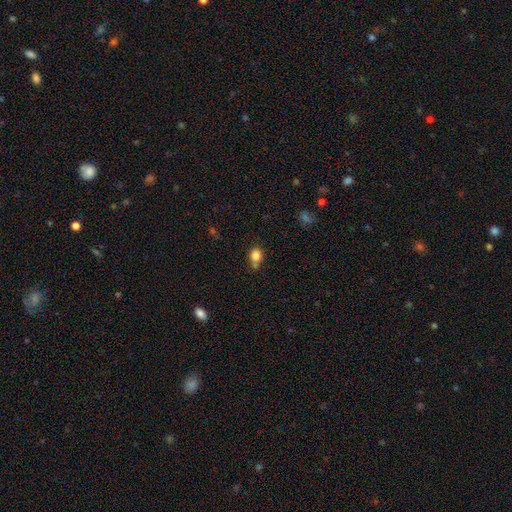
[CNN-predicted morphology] smooth 83%, star or artifact 11%, featured or disk 6%. Down the decision tree: how rounded — round (52%); merging — none (53%).